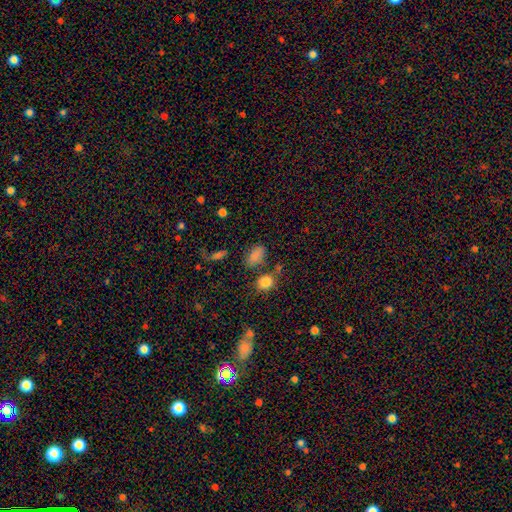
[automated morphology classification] Smooth or featured? Predicted: smooth (p=0.79). How rounded? Predicted: in between (p=0.81). Merging? Predicted: none (p=0.64).